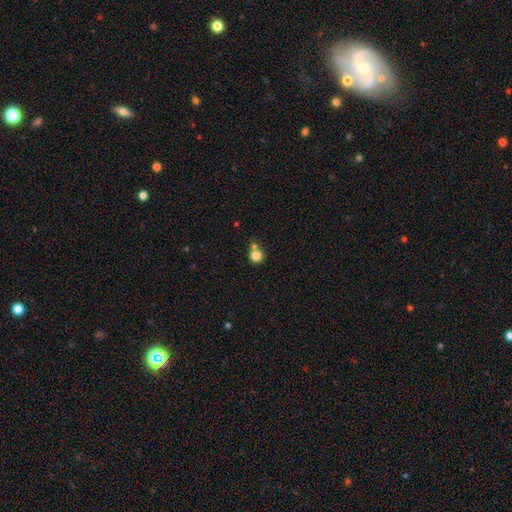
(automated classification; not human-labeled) smooth-or-featured: smooth: 82% | star or artifact: 11% | featured or disk: 7%
  how-rounded: round: 91% | in between: 8% | cigar-shaped: 1%
  merging: none: 57% | merger: 31% | minor disturbance: 9% | major disturbance: 3%